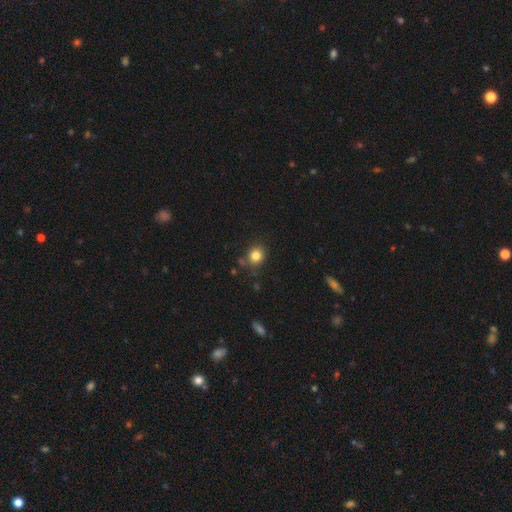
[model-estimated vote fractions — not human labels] Morphology: type=smooth (82%); roundness=round (78%); merging=none (79%).